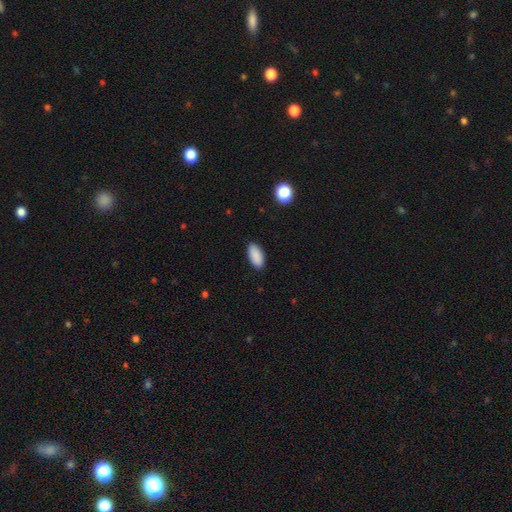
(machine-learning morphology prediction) smooth-or-featured: smooth: 90% | star or artifact: 7% | featured or disk: 3%
  how-rounded: in between: 93% | cigar-shaped: 5% | round: 2%
  merging: none: 89% | minor disturbance: 8% | major disturbance: 2% | merger: 1%